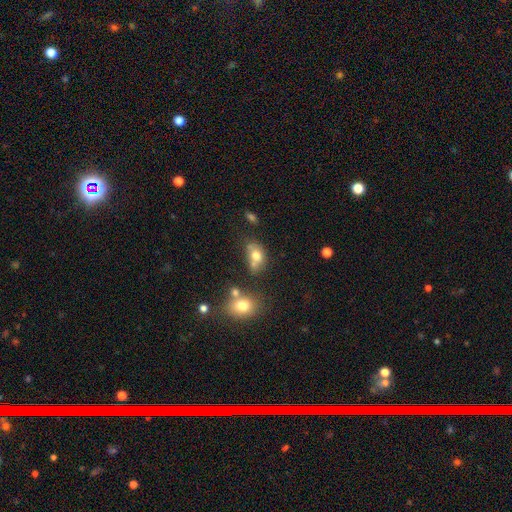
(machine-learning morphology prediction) smooth_or_featured: smooth (p=0.72) [alt: featured or disk p=0.16]
how_rounded: in between (p=0.68) [alt: round p=0.30]
merging: none (p=0.36) [alt: merger p=0.35]